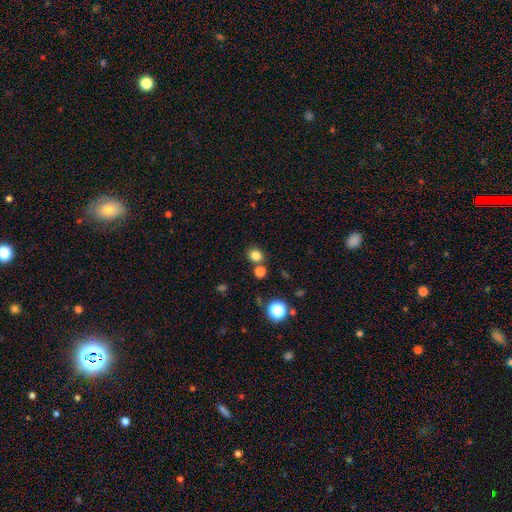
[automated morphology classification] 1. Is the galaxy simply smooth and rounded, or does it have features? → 81% smooth, 14% star or artifact, 5% featured or disk.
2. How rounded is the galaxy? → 71% round, 28% in between, 1% cigar-shaped.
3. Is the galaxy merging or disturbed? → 74% none, 14% merger, 9% minor disturbance, 3% major disturbance.